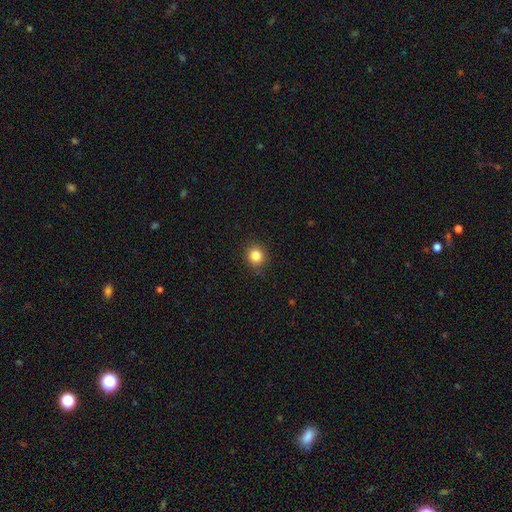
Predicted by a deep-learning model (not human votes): Q: Smooth or featured?
A: smooth (84%); runner-up: star or artifact (11%)
Q: How rounded?
A: round (86%); runner-up: in between (13%)
Q: Merging?
A: none (88%); runner-up: minor disturbance (9%)